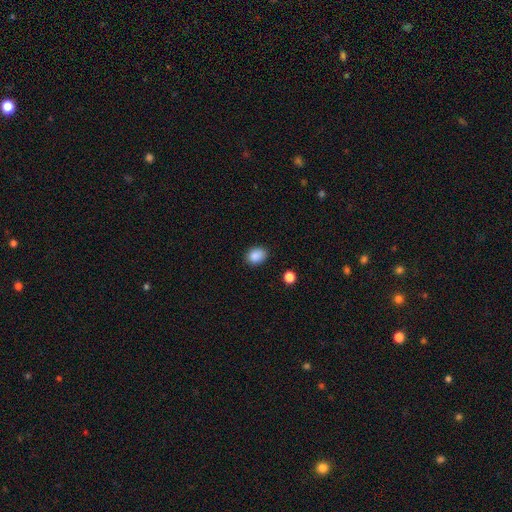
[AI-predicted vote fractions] smooth_or_featured: smooth (p=0.87) [alt: star or artifact p=0.09]
how_rounded: in between (p=0.62) [alt: round p=0.37]
merging: none (p=0.85) [alt: minor disturbance p=0.11]